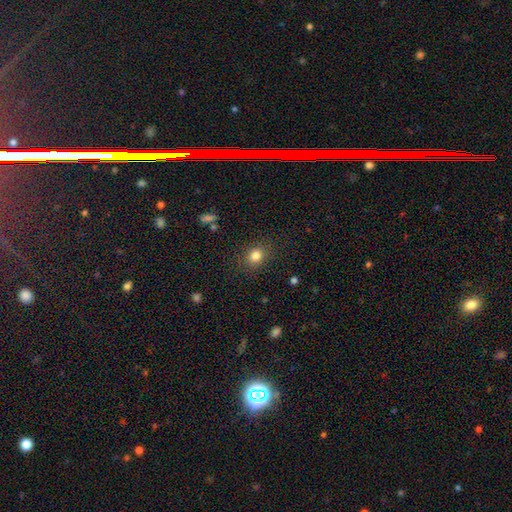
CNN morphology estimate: smooth 82%, star or artifact 12%, featured or disk 6%. Down the decision tree: how rounded — round (60%); merging — none (87%).